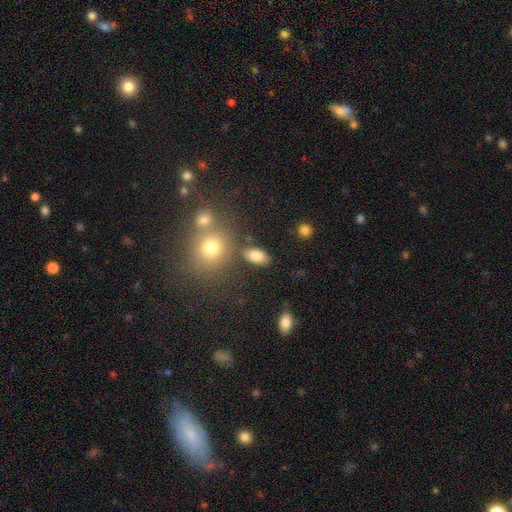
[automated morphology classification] smooth 83%, star or artifact 10%, featured or disk 7%. Down the decision tree: how rounded — in between (90%); merging — none (81%).